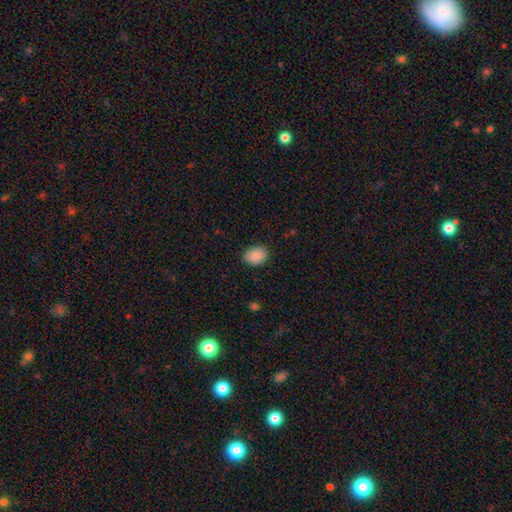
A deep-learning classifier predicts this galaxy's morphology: Overall: smooth (89%). How rounded: in between (63%; round 36%). Merging: none (87%).